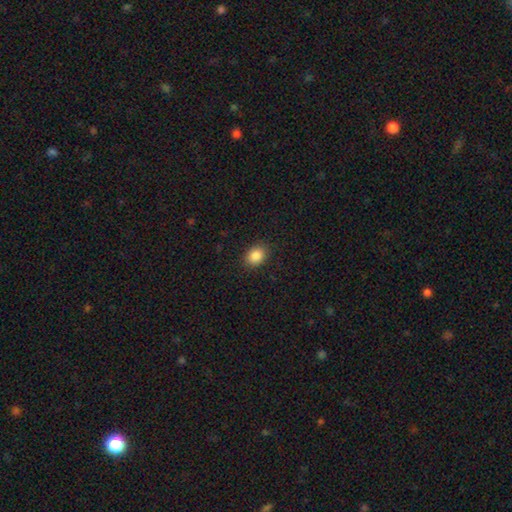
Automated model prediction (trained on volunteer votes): This is clearly a smooth galaxy (87%). How rounded: likely in between (61%). Merging: clearly none (88%).